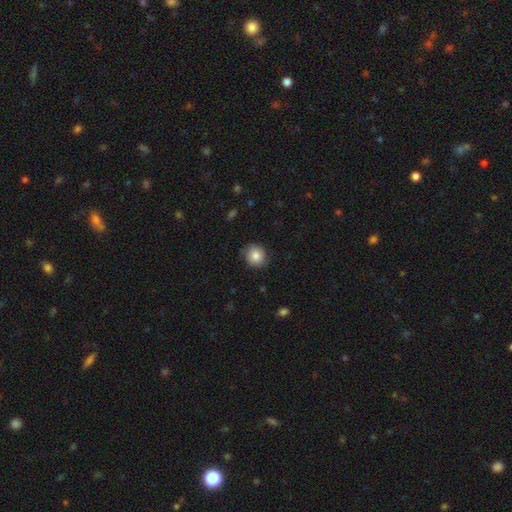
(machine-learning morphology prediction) Smooth or featured?
  - smooth: 83% *
  - star or artifact: 9%
  - featured or disk: 8%
How rounded?
  - round: 83% *
  - in between: 16%
  - cigar-shaped: 1%
Merging?
  - none: 85% *
  - minor disturbance: 12%
  - major disturbance: 2%
  - merger: 1%